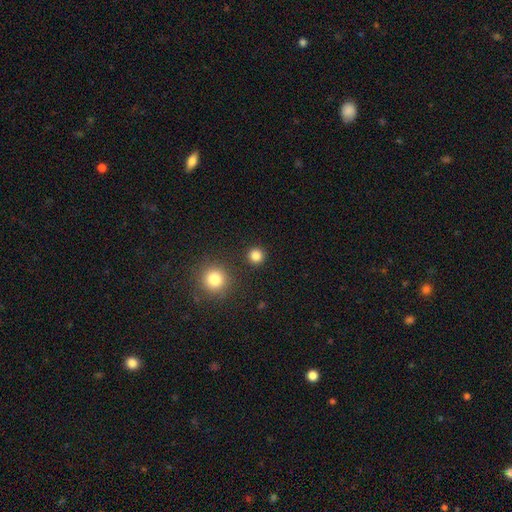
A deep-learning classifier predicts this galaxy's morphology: smooth 83%, star or artifact 13%, featured or disk 4%. Down the decision tree: how rounded — round (95%); merging — none (90%).